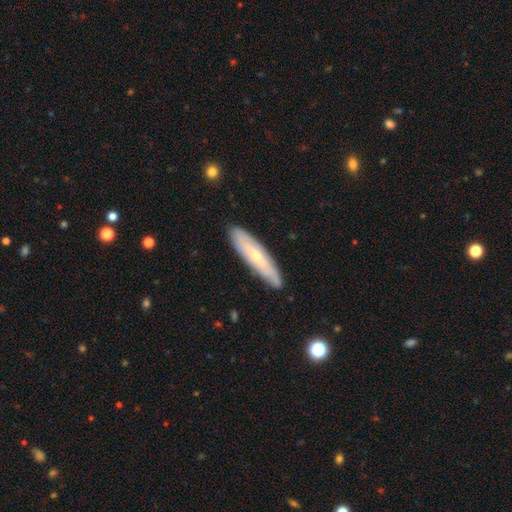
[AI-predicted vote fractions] This appears to be a smooth galaxy with no disk features (47%, tied with featured or disk). Merging: none (86%).